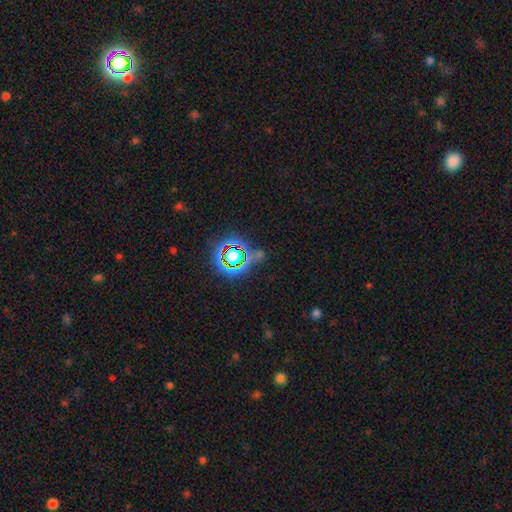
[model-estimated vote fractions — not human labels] A star or artifact, not a galaxy (75%).